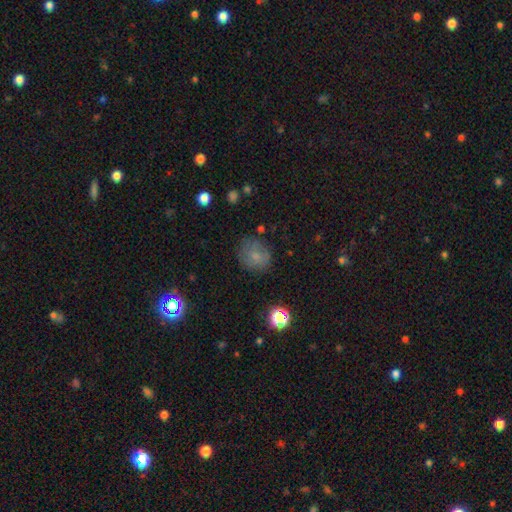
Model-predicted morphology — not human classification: This appears to be a smooth galaxy with no disk features (71%) that is round (72%). Merging: none (73%).